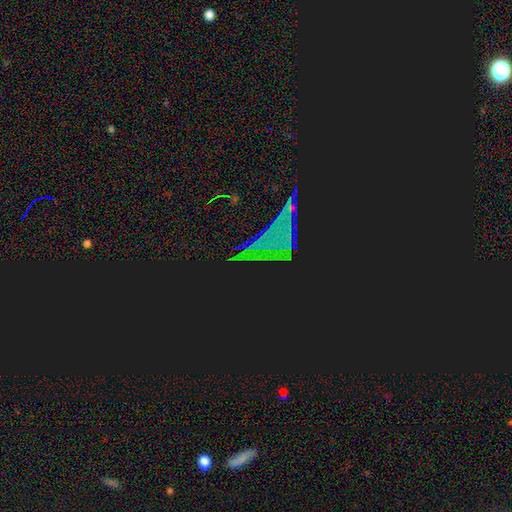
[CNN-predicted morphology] The model was most divided on "smooth or featured": star or artifact: 72%, smooth: 15%, featured or disk: 13%.